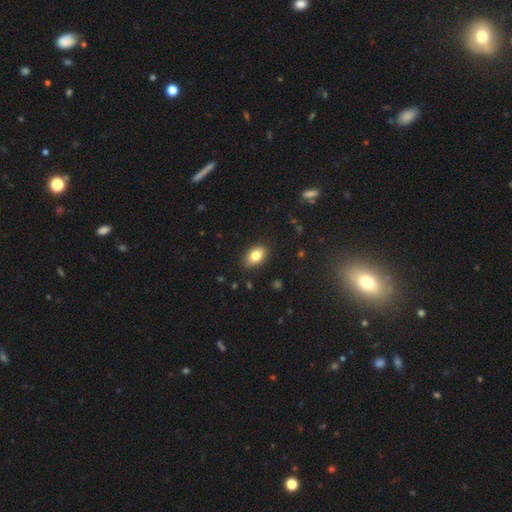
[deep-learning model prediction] Smooth or featured: smooth — 81% (featured or disk — 10%)
How rounded: in between — 85% (round — 13%)
Merging: none — 86% (minor disturbance — 11%)